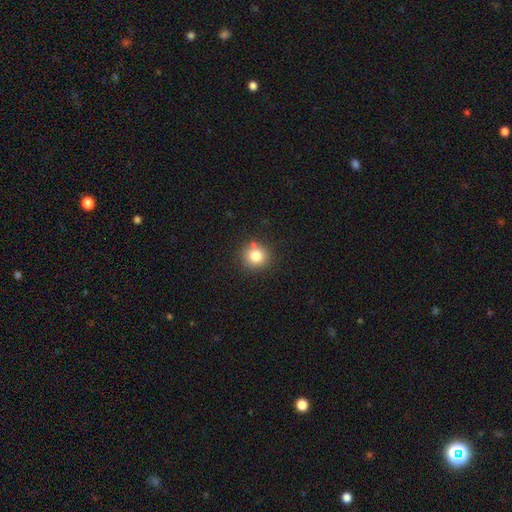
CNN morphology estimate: The model was most divided on "smooth or featured": smooth: 80%, star or artifact: 12%, featured or disk: 8%. More confident: how rounded — round (91%); merging — none (81%).